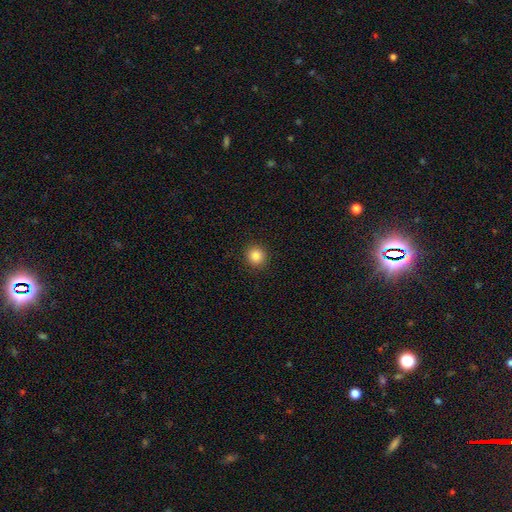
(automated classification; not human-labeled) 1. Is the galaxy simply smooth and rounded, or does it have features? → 85% smooth, 11% star or artifact, 5% featured or disk.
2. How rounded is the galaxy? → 91% round, 8% in between, 1% cigar-shaped.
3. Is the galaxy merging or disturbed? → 92% none, 5% minor disturbance, 2% major disturbance, 1% merger.